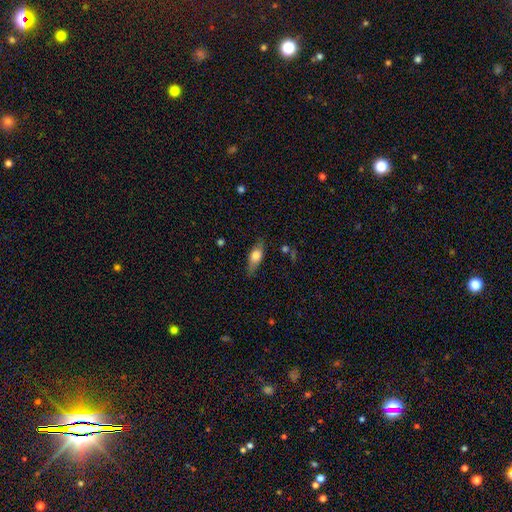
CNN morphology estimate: Smooth or featured: smooth — 65% (featured or disk — 28%)
How rounded: in between — 72% (cigar-shaped — 23%)
Merging: none — 73% (minor disturbance — 20%)